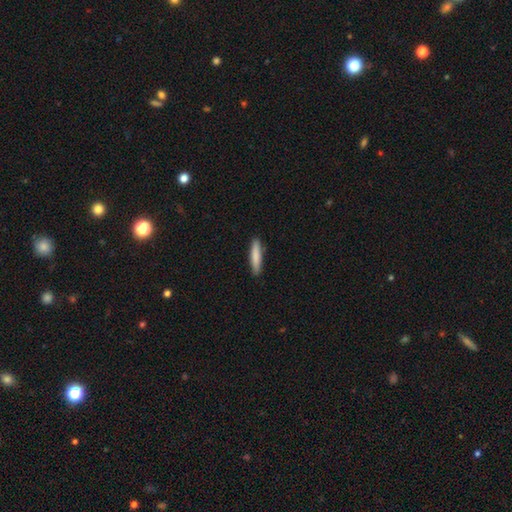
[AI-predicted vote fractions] Smooth or featured: smooth — 82% (featured or disk — 12%)
How rounded: cigar-shaped — 87% (in between — 12%)
Merging: none — 89% (minor disturbance — 8%)